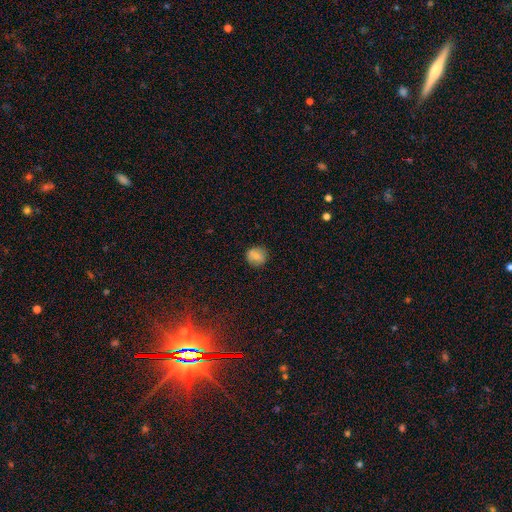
smooth_or_featured: smooth (p=0.79) [alt: featured or disk p=0.18]
how_rounded: round (p=0.90) [alt: in between p=0.10]
merging: none (p=0.95) [alt: minor disturbance p=0.03]